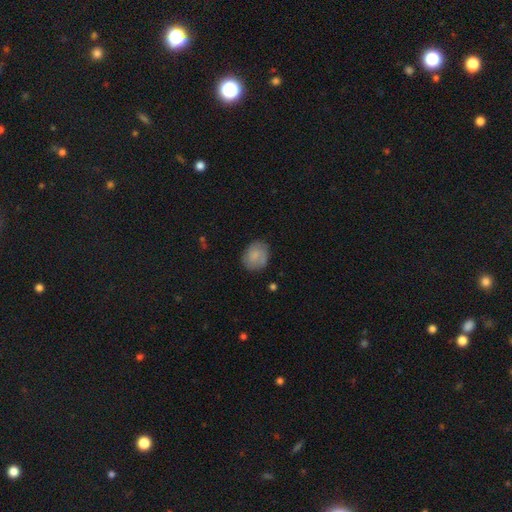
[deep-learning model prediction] Q: Smooth or featured?
A: smooth (76%); runner-up: featured or disk (17%)
Q: How rounded?
A: round (55%); runner-up: in between (44%)
Q: Merging?
A: none (73%); runner-up: minor disturbance (20%)